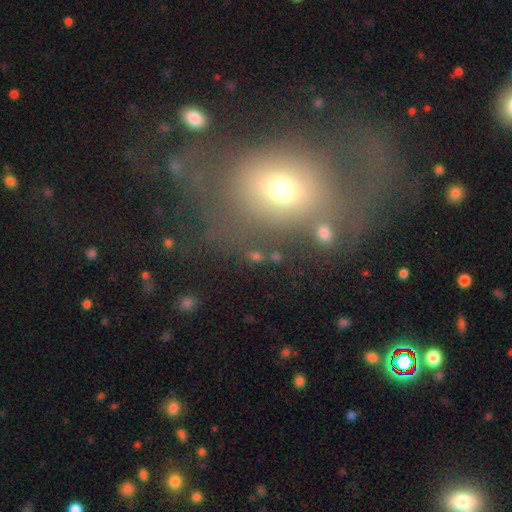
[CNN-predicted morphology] A smooth galaxy with no disk features (58%) that is round (51%). Merging: none (59%).